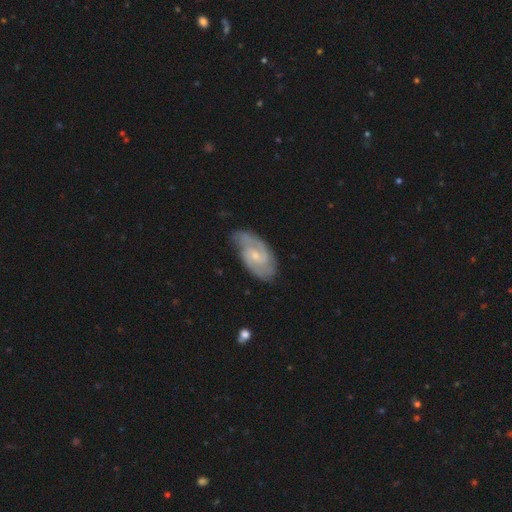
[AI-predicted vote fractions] This appears to be a featured or disk galaxy (85%) with a weak bar (51%), 2 (80%) medium (47%) spiral arms (97%) and a small central bulge (63%). Merging: none (74%).